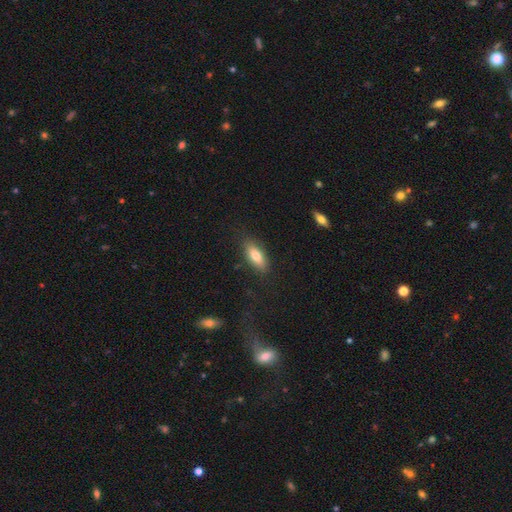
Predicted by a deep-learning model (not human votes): A smooth galaxy with no disk features (77%) that is in between round and cigar-shaped (71%).

Vote fractions:
- Smooth or featured? smooth: 77% / featured or disk: 16% / star or artifact: 7%
- How rounded? in between: 71% / cigar-shaped: 26% / round: 3%
- Merging? none: 83% / minor disturbance: 13% / major disturbance: 3% / merger: 2%